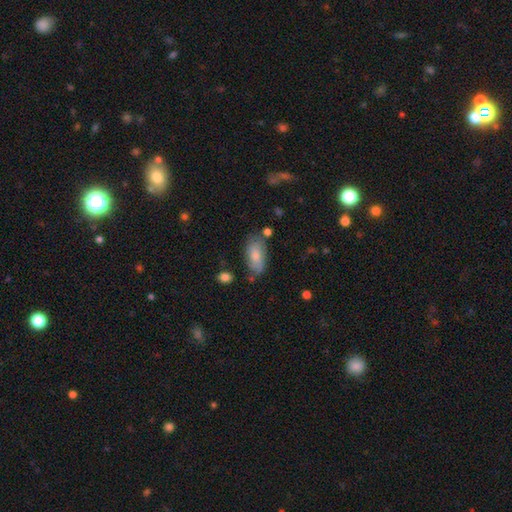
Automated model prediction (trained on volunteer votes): A smooth galaxy with no disk features (73%) that is in between round and cigar-shaped (92%).

Vote fractions:
- Smooth or featured? smooth: 73% / featured or disk: 20% / star or artifact: 7%
- How rounded? in between: 92% / cigar-shaped: 5% / round: 3%
- Merging? none: 60% / minor disturbance: 26% / major disturbance: 8% / merger: 6%